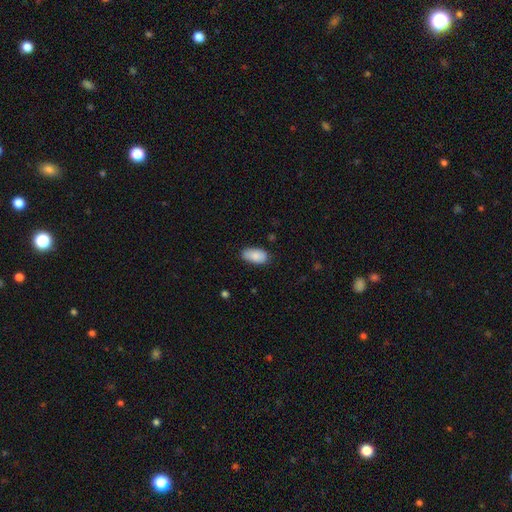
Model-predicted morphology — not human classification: The model was most divided on "merging": none: 76%, minor disturbance: 19%, major disturbance: 3%, merger: 1%. More confident: how rounded — in between (94%); smooth or featured — smooth (86%).